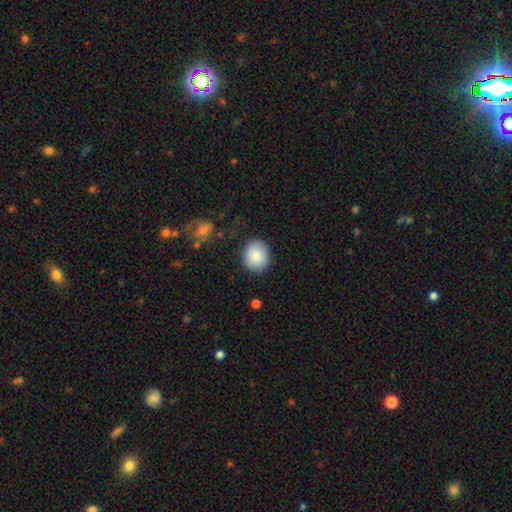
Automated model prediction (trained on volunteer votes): Morphology: type=smooth (86%); roundness=round (72%); merging=none (83%).